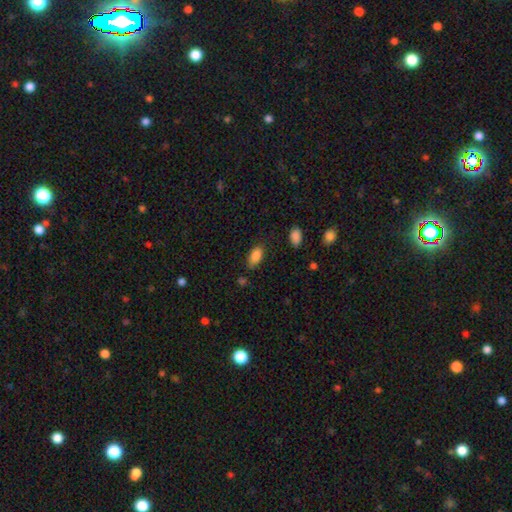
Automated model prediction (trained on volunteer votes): Smooth or featured? smooth (87%)
How rounded? in between (92%)
Merging? none (76%)